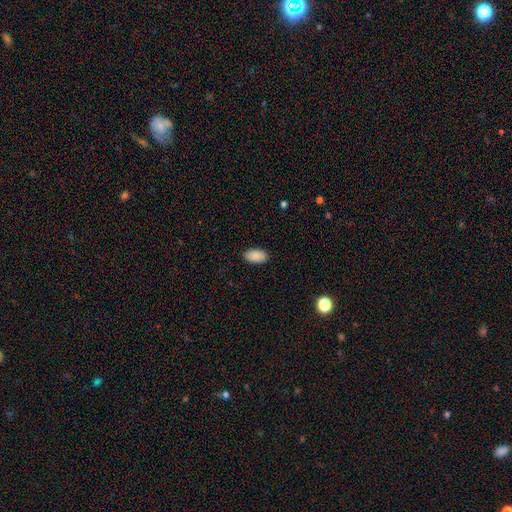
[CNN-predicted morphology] Smooth or featured?
  - smooth: 90% *
  - star or artifact: 7%
  - featured or disk: 4%
How rounded?
  - in between: 95% *
  - round: 3%
  - cigar-shaped: 2%
Merging?
  - none: 89% *
  - minor disturbance: 8%
  - major disturbance: 2%
  - merger: 1%